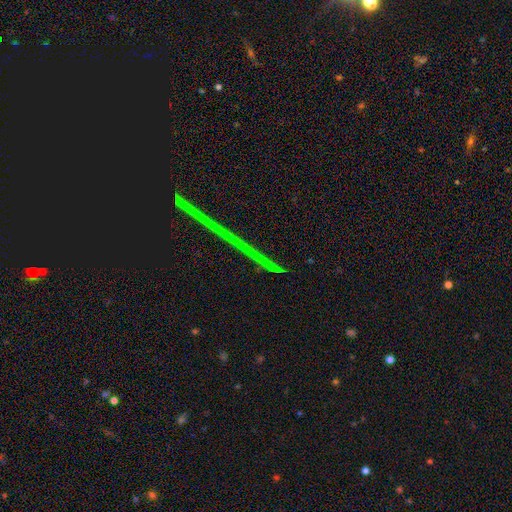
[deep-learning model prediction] Morphology: type=star or artifact (57%).